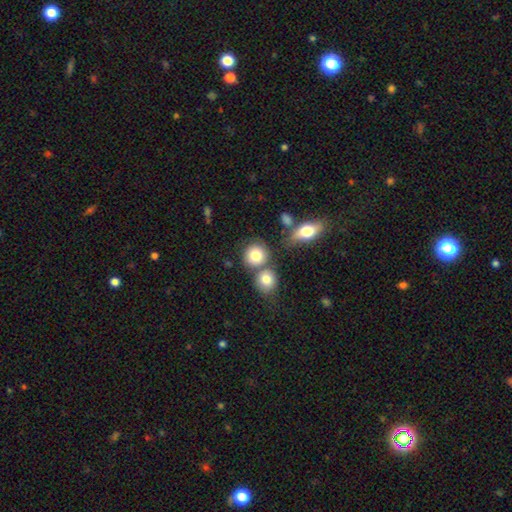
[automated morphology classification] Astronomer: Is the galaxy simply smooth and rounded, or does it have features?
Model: smooth — 81%.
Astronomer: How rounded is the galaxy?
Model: round — 83%.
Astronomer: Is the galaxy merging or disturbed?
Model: none — 59%.